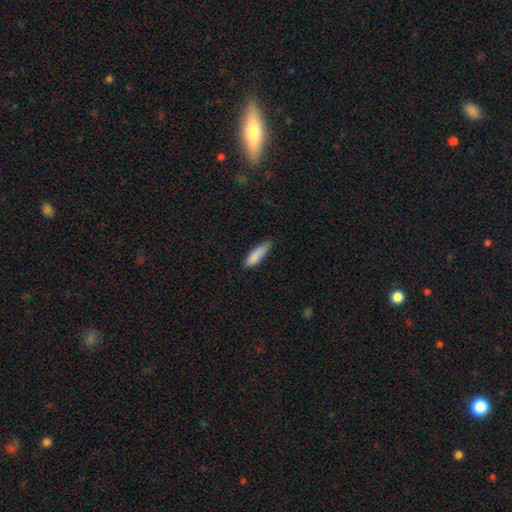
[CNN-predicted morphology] smooth_or_featured: smooth (p=0.86) [alt: featured or disk p=0.07]
how_rounded: cigar-shaped (p=0.54) [alt: in between p=0.45]
merging: none (p=0.59) [alt: minor disturbance p=0.34]